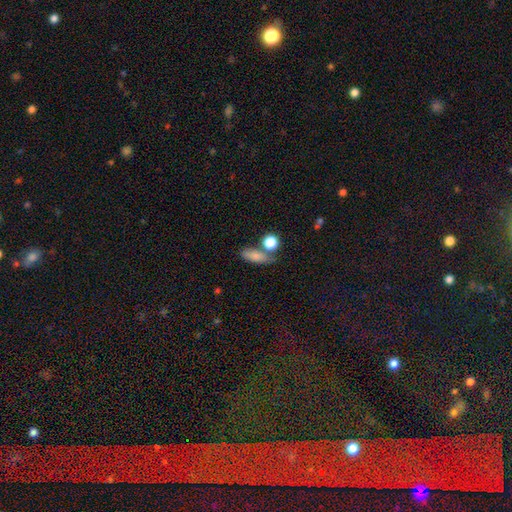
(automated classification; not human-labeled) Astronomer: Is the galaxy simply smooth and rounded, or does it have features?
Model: smooth — 78%.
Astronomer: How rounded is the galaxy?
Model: in between — 57%.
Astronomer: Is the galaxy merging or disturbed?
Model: none — 57%.